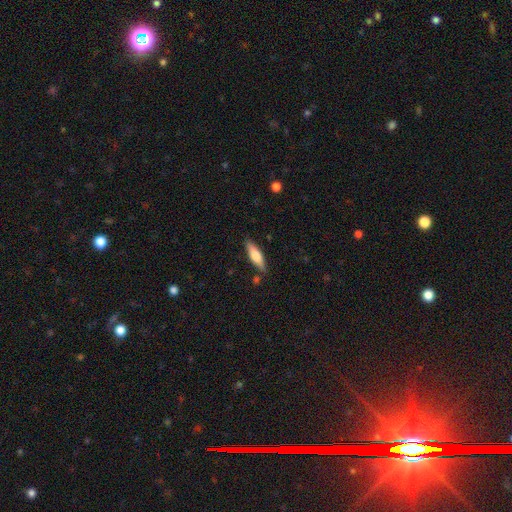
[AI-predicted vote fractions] Overall: smooth (65%; featured or disk 29%). How rounded: cigar-shaped (58%; in between 41%). Merging: none (82%).